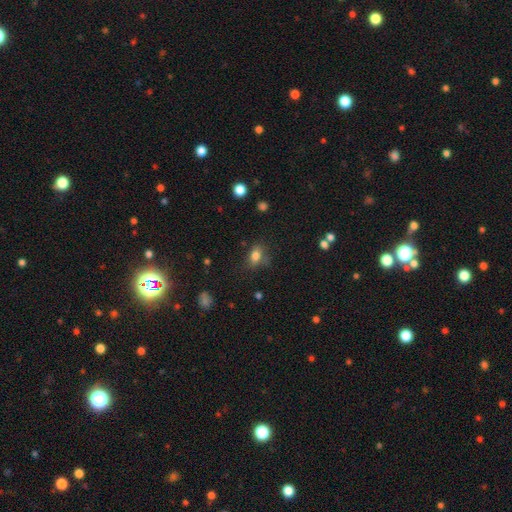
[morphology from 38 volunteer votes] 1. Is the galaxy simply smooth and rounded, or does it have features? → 84% smooth, 8% featured or disk, 8% star or artifact.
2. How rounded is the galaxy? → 72% in between, 28% round, 0% cigar-shaped.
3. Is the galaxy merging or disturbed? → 57% none, 29% minor disturbance, 9% major disturbance, 6% merger.